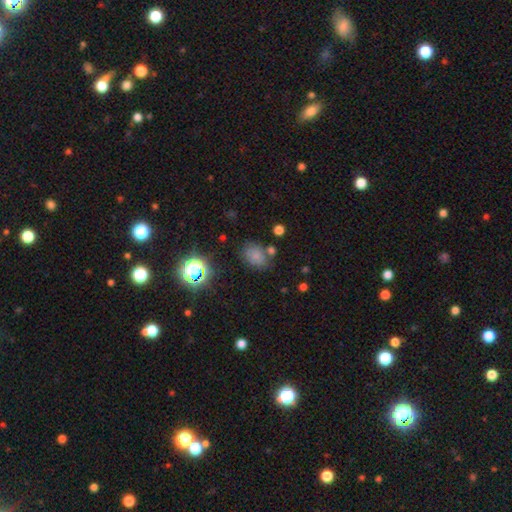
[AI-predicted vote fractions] Smooth or featured: smooth — 73% (star or artifact — 19%)
How rounded: in between — 62% (round — 36%)
Merging: none — 67% (minor disturbance — 16%)